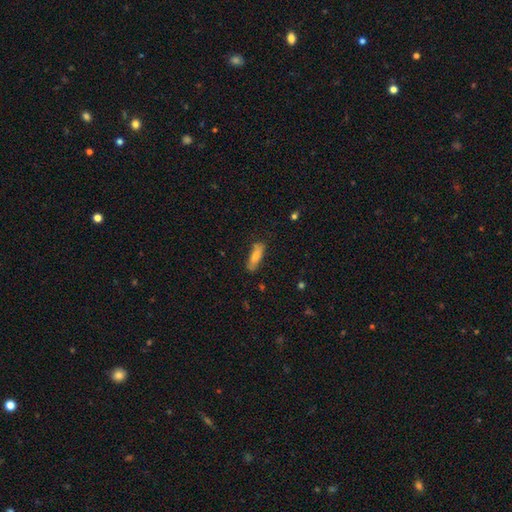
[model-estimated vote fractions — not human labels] Smooth or featured?
  - smooth: 82% *
  - featured or disk: 11%
  - star or artifact: 7%
How rounded?
  - cigar-shaped: 51% *
  - in between: 47%
  - round: 2%
Merging?
  - none: 73% *
  - minor disturbance: 20%
  - major disturbance: 4%
  - merger: 2%